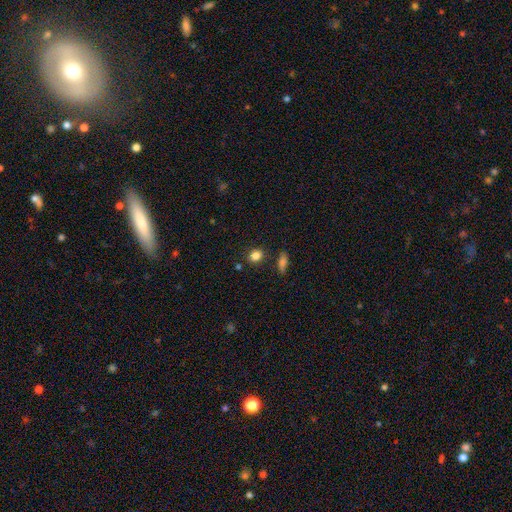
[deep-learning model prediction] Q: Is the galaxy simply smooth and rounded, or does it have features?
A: smooth — 85%.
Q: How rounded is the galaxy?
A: round — 55%.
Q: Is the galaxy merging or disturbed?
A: none — 82%.